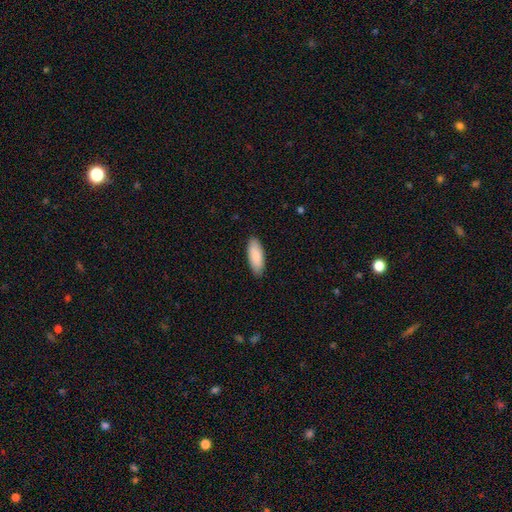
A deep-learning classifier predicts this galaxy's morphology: A smooth galaxy with no disk features (89%) that is in between round and cigar-shaped (75%).

Vote fractions:
- Smooth or featured? smooth: 89% / featured or disk: 6% / star or artifact: 5%
- How rounded? in between: 75% / cigar-shaped: 23% / round: 1%
- Merging? none: 88% / minor disturbance: 9% / major disturbance: 2% / merger: 1%